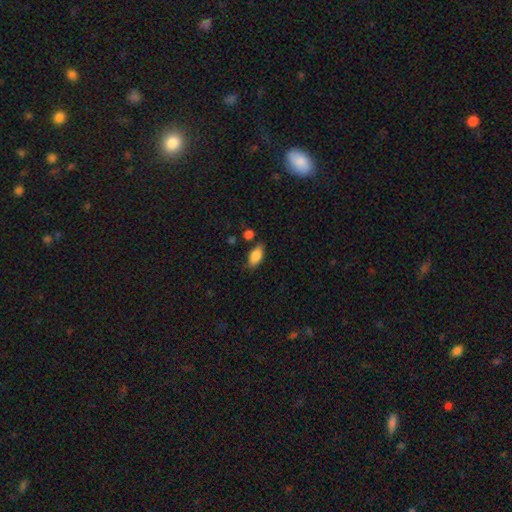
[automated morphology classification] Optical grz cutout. It shows a smooth galaxy with no disk features (85%) that is in between round and cigar-shaped (89%). Merging: none (73%).